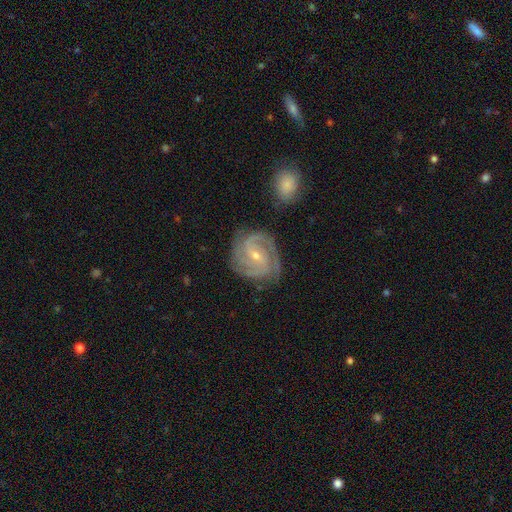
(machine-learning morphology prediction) This appears to be a featured or disk galaxy (90%) with a weak bar (48%), 3 (41%) tight (58%) spiral arms (98%) and a small central bulge (68%). Merging: none (78%).